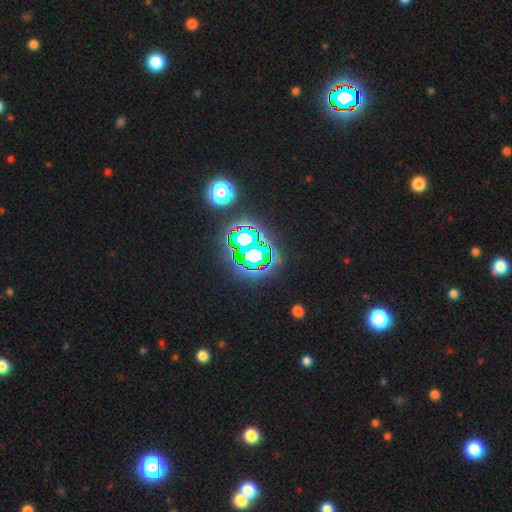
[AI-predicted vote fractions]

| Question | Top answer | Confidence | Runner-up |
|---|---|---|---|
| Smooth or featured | star or artifact | 73% | featured or disk (14%) |